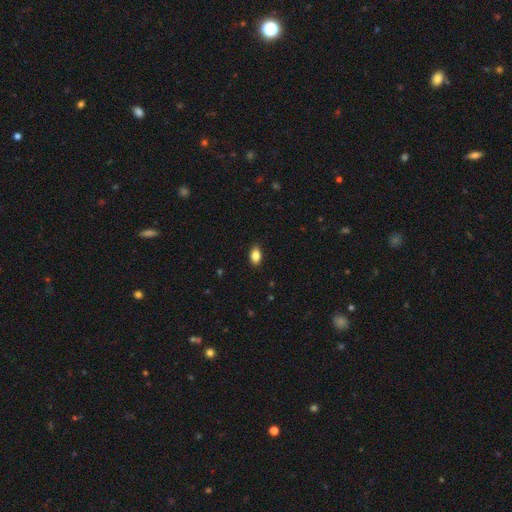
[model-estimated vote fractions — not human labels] A smooth galaxy with no disk features (85%) that is in between round and cigar-shaped (88%). Merging: none (87%).